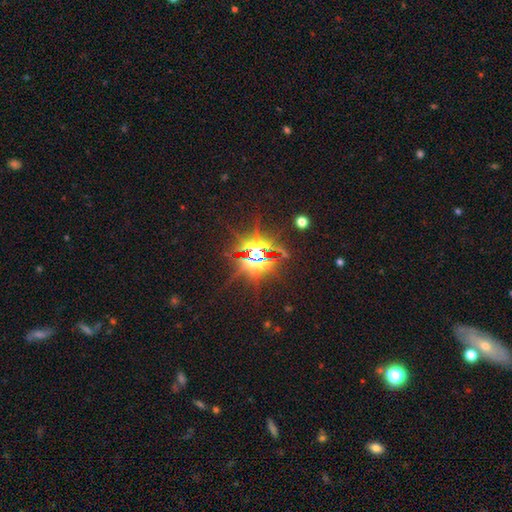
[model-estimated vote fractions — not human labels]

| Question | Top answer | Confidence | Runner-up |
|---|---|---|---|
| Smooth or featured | star or artifact | 80% | featured or disk (11%) |